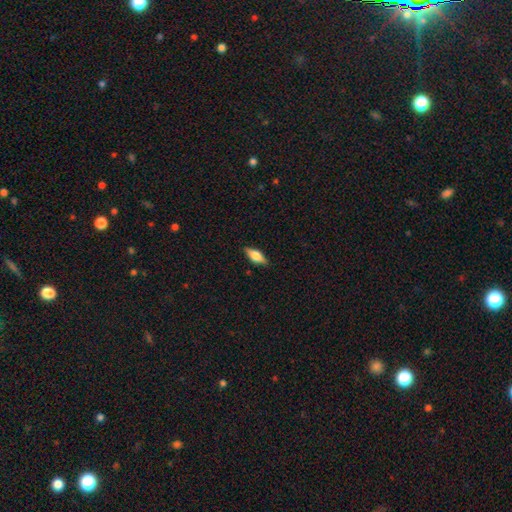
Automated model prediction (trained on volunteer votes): Q: Smooth or featured?
A: smooth (61%); runner-up: featured or disk (32%)
Q: How rounded?
A: in between (74%); runner-up: cigar-shaped (23%)
Q: Merging?
A: none (86%); runner-up: minor disturbance (11%)